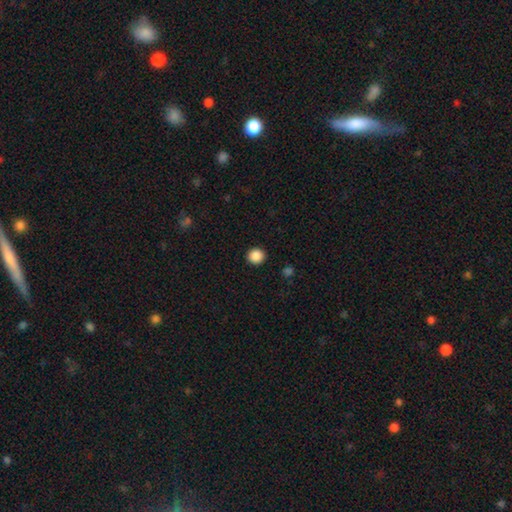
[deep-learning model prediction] Smooth or featured? Predicted: smooth (p=0.88). How rounded? Predicted: round (p=0.92). Merging? Predicted: none (p=0.92).